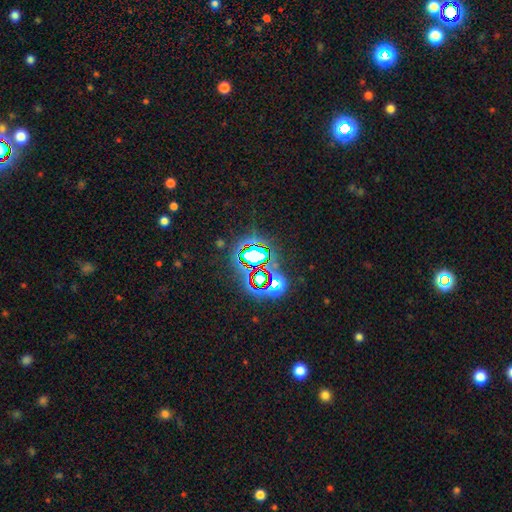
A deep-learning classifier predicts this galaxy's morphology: Q: Smooth or featured?
A: star or artifact (74%); runner-up: smooth (14%)